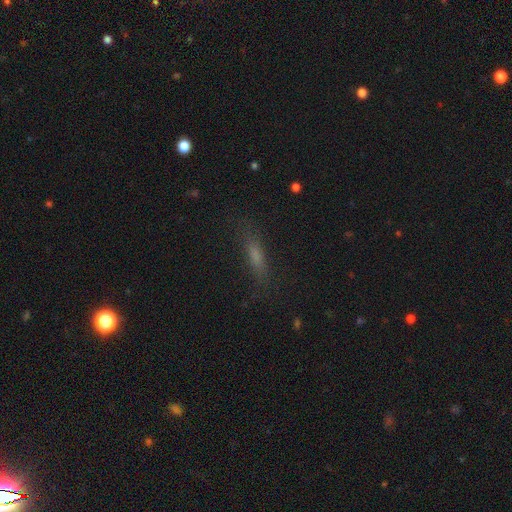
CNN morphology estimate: smooth 63%, featured or disk 20%, star or artifact 17%. Down the decision tree: how rounded — cigar-shaped (70%); merging — none (78%).